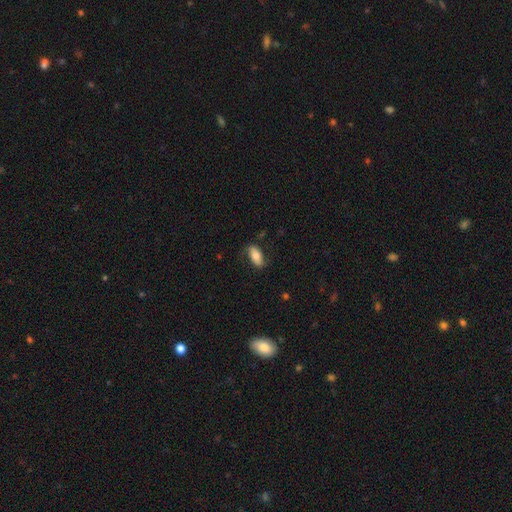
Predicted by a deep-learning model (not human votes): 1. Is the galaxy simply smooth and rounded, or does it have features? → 72% smooth, 22% featured or disk, 6% star or artifact.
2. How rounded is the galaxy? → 84% in between, 13% cigar-shaped, 3% round.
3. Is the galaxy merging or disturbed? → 76% none, 18% minor disturbance, 5% major disturbance, 1% merger.